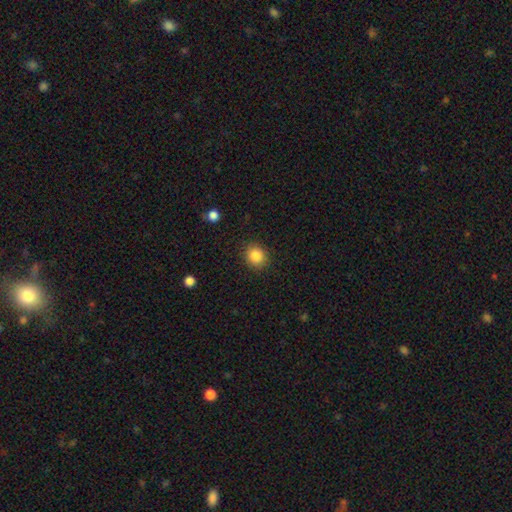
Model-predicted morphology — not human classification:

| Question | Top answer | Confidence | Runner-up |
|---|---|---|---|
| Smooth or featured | smooth | 86% | star or artifact (10%) |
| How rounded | round | 80% | in between (19%) |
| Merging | none | 88% | minor disturbance (8%) |